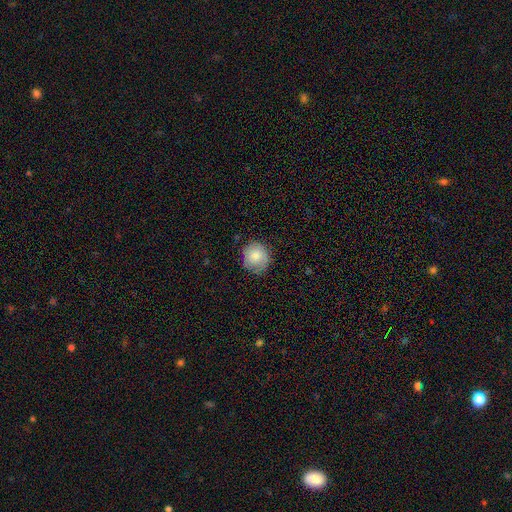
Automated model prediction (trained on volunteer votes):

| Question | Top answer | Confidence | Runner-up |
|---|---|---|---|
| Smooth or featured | smooth | 79% | featured or disk (14%) |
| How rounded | round | 88% | in between (11%) |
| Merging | none | 77% | minor disturbance (19%) |